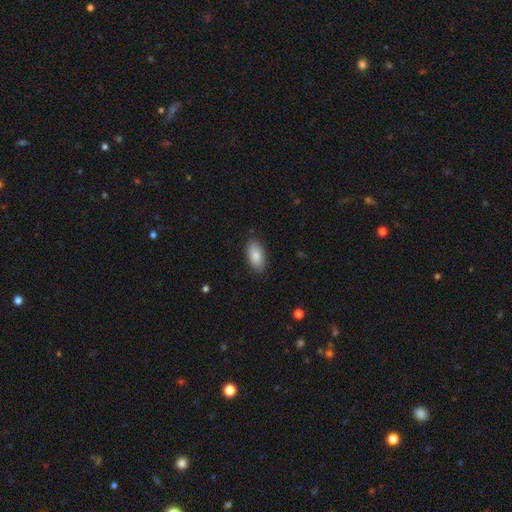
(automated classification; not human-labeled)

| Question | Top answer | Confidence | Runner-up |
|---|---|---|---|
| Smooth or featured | smooth | 85% | featured or disk (9%) |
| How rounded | in between | 93% | cigar-shaped (4%) |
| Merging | none | 86% | minor disturbance (11%) |